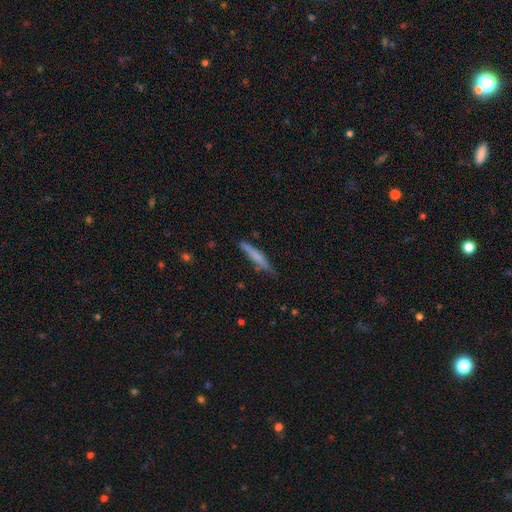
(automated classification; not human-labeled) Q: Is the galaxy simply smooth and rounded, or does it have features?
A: smooth — 65%.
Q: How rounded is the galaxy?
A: cigar-shaped — 94%.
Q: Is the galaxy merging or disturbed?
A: none — 76%.